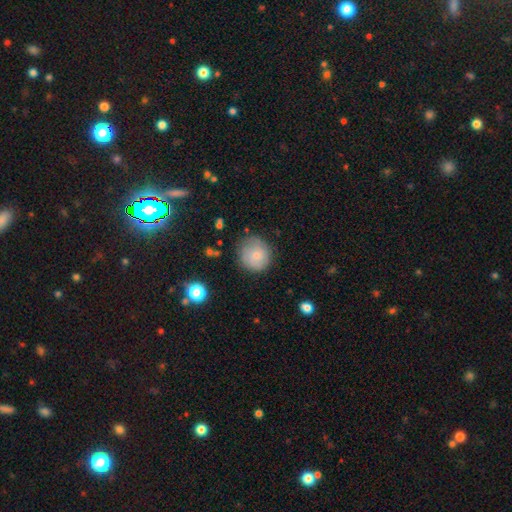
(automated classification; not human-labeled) smooth_or_featured: smooth (p=0.76) [alt: featured or disk p=0.15]
how_rounded: round (p=0.92) [alt: in between p=0.08]
merging: none (p=0.76) [alt: minor disturbance p=0.18]